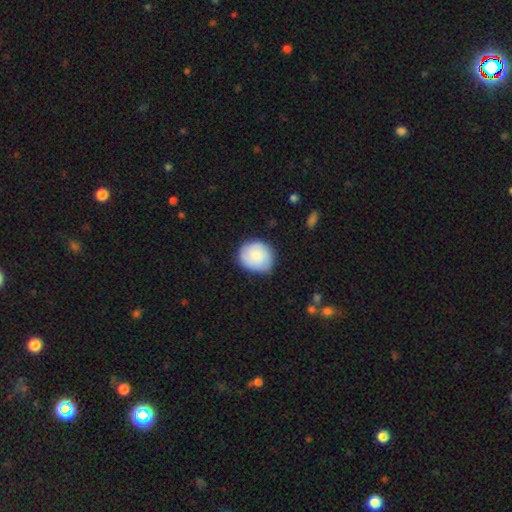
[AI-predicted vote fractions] A smooth galaxy with no disk features (61%) that is round (73%).

Vote fractions:
- Smooth or featured? smooth: 61% / featured or disk: 33% / star or artifact: 7%
- How rounded? round: 73% / in between: 26% / cigar-shaped: 1%
- Merging? none: 76% / minor disturbance: 19% / major disturbance: 4% / merger: 1%